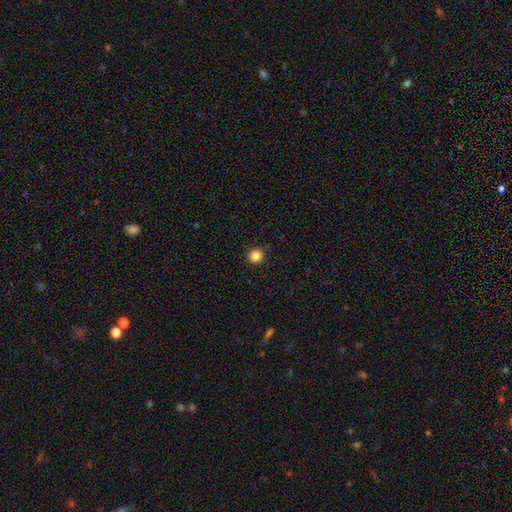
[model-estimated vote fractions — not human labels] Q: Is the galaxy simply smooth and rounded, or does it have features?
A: smooth — 85%.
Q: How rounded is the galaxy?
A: round — 95%.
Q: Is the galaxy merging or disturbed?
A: none — 93%.